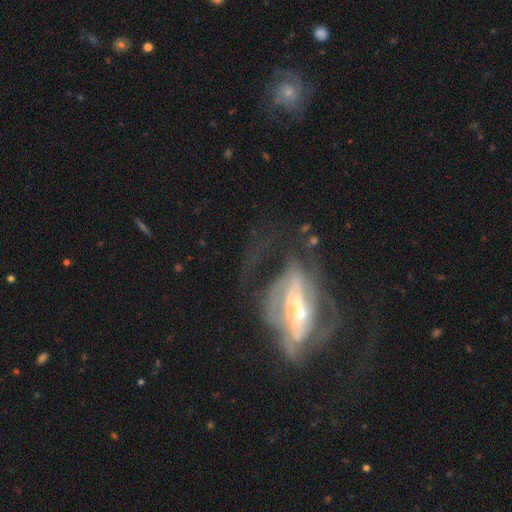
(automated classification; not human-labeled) This is likely a featured or disk galaxy (77%). It is likely not viewed edge-on (73%). Bar: possibly strong (52%). Spiral arm pattern: likely yes (63%). Central bulge: marginally moderate (44%). Merging: marginally none (42%).